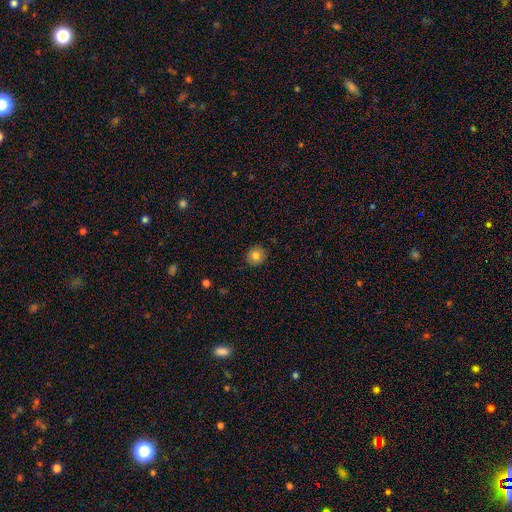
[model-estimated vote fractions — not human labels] Overall: smooth (81%). How rounded: round (87%). Merging: none (89%).